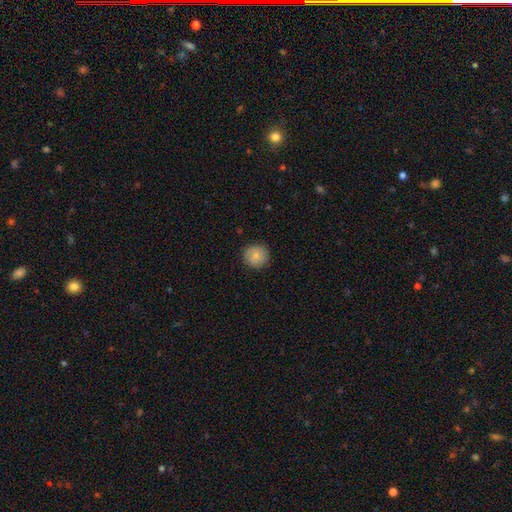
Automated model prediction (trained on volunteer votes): A smooth galaxy with no disk features (82%) that is round (92%). Merging: none (87%).